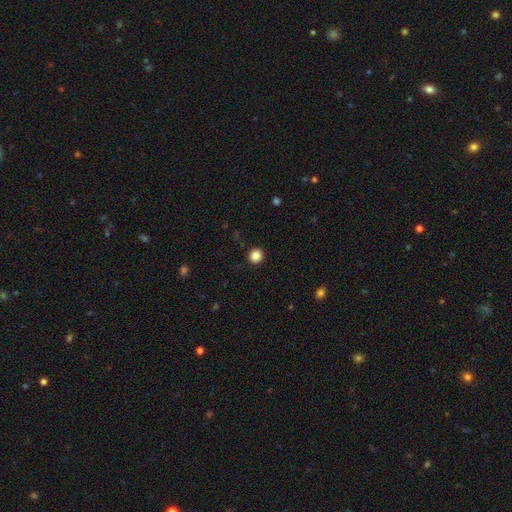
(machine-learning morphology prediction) A smooth galaxy with no disk features (87%) that is round (89%).

Vote fractions:
- Smooth or featured? smooth: 87% / star or artifact: 11% / featured or disk: 3%
- How rounded? round: 89% / in between: 10% / cigar-shaped: 1%
- Merging? none: 92% / minor disturbance: 5% / major disturbance: 2% / merger: 1%